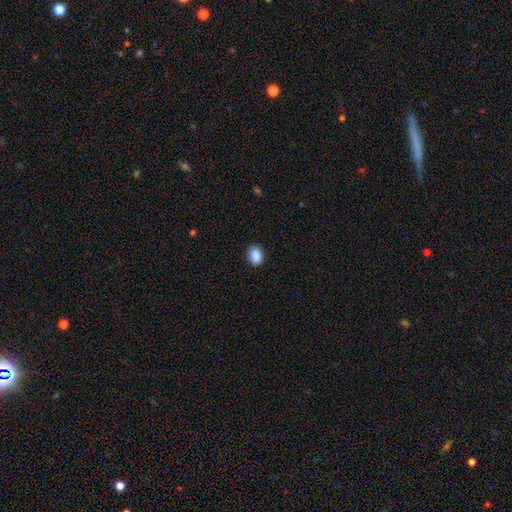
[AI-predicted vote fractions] Smooth or featured: smooth — 89% (star or artifact — 8%)
How rounded: in between — 74% (round — 25%)
Merging: none — 88% (minor disturbance — 9%)